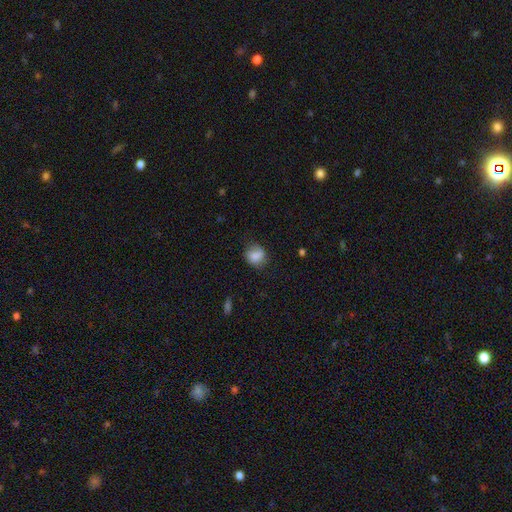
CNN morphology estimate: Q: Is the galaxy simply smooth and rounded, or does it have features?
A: smooth — 81%.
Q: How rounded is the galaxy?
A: round — 69%.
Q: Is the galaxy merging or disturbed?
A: none — 65%.